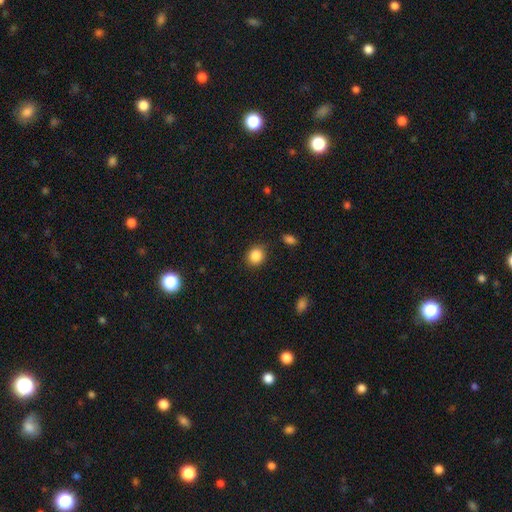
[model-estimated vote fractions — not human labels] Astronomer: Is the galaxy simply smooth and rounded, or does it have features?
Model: smooth — 87%.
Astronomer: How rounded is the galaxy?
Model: round — 73%.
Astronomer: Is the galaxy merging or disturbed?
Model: none — 85%.